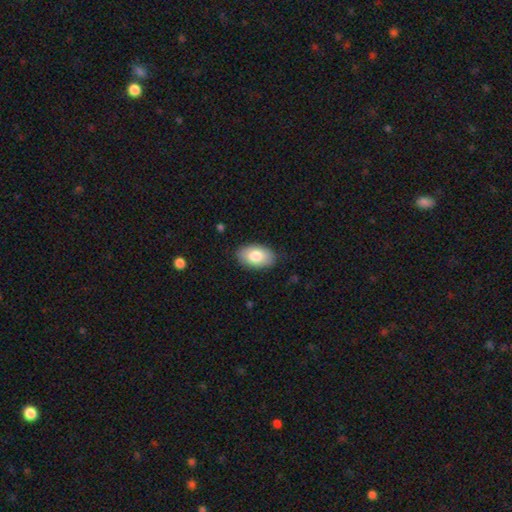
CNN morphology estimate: Smooth or featured: smooth — 81% (featured or disk — 13%)
How rounded: in between — 93% (round — 6%)
Merging: none — 85% (minor disturbance — 12%)